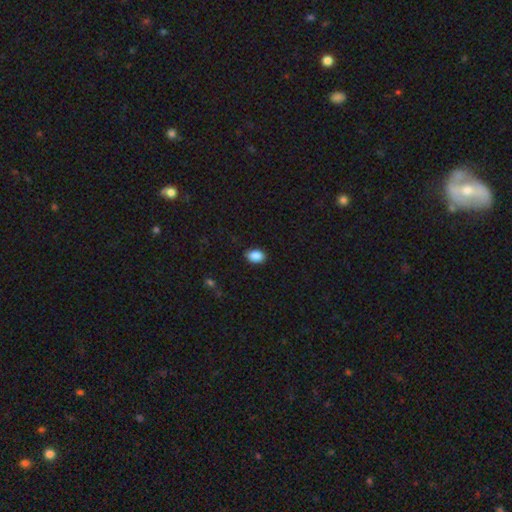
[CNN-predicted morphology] Q: Smooth or featured?
A: smooth (89%); runner-up: star or artifact (8%)
Q: How rounded?
A: in between (83%); runner-up: round (15%)
Q: Merging?
A: none (86%); runner-up: minor disturbance (10%)